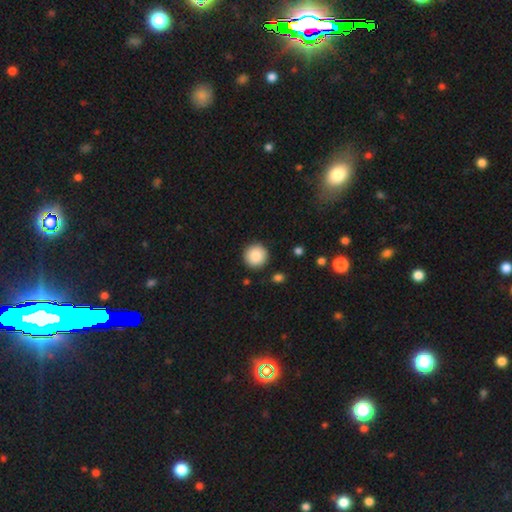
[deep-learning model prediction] Overall: smooth (88%). How rounded: round (95%). Merging: none (90%).